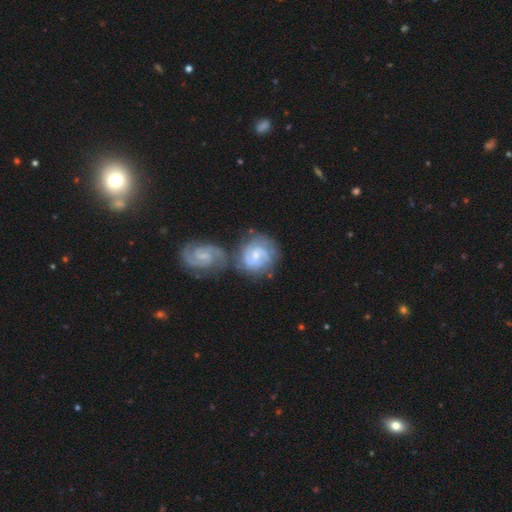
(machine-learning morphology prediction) A featured or disk galaxy (81%) with no bar (48%), 2 (60%) tight (54%) spiral arms (96%) and a small central bulge (58%). Merging: merger (41%).